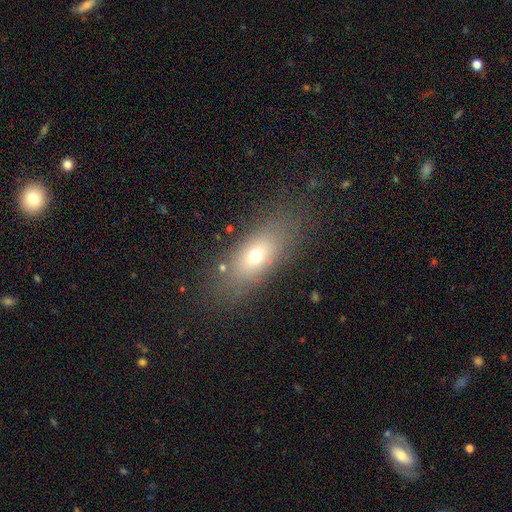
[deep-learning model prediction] Smooth or featured? Predicted: smooth (p=0.67). How rounded? Predicted: in between (p=0.74). Merging? Predicted: none (p=0.81).